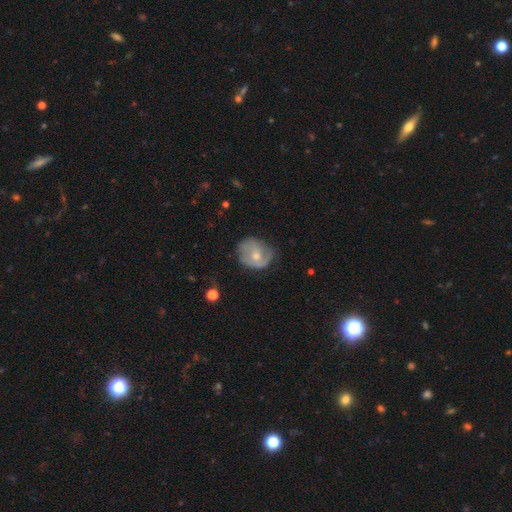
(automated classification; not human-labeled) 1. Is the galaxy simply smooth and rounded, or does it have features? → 55% featured or disk, 39% smooth, 7% star or artifact.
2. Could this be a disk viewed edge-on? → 97% no, 3% yes.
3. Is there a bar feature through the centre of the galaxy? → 70% no, 26% weak, 4% strong.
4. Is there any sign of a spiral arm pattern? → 68% yes, 32% no.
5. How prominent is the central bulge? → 52% moderate, 43% small, 3% none, 2% large, 1% dominant.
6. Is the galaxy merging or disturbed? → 52% none, 31% minor disturbance, 15% major disturbance, 2% merger.